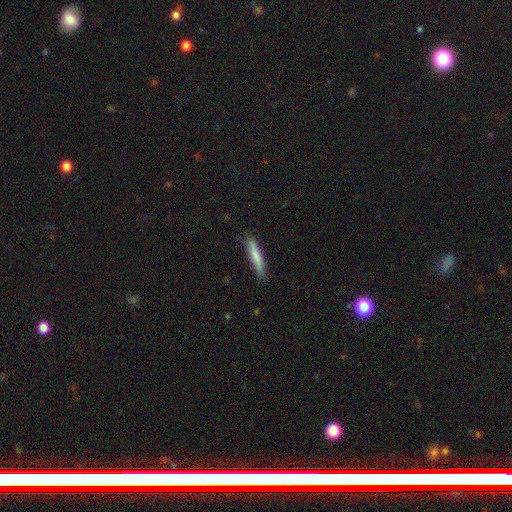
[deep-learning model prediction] This appears to be a smooth galaxy with no disk features (79%) that is cigar-shaped (90%). Merging: none (85%).